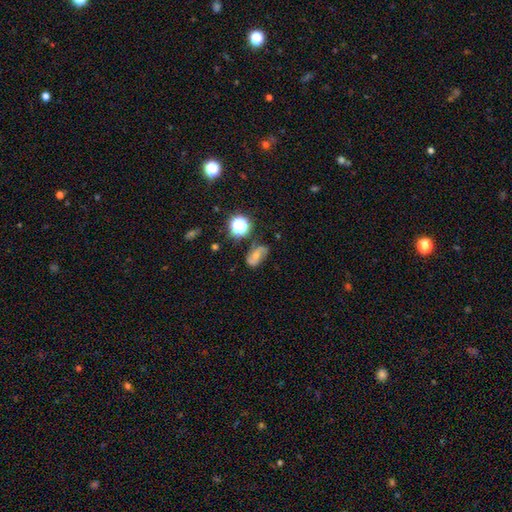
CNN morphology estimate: type=featured or disk (50%); edge-on=no (95%); merging=none (68%).